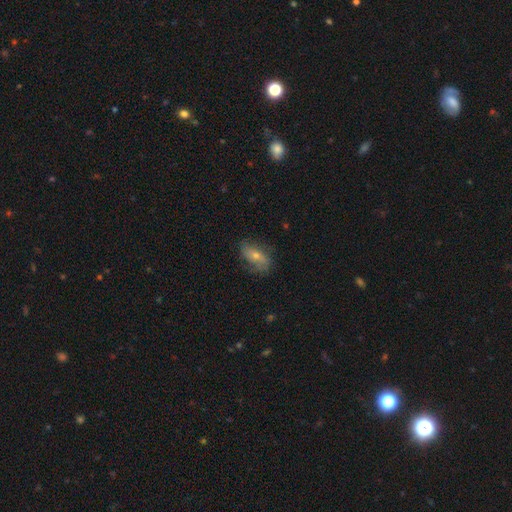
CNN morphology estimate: smooth_or_featured: featured or disk (p=0.48) [alt: smooth p=0.40]
merging: none (p=0.72) [alt: minor disturbance p=0.20]